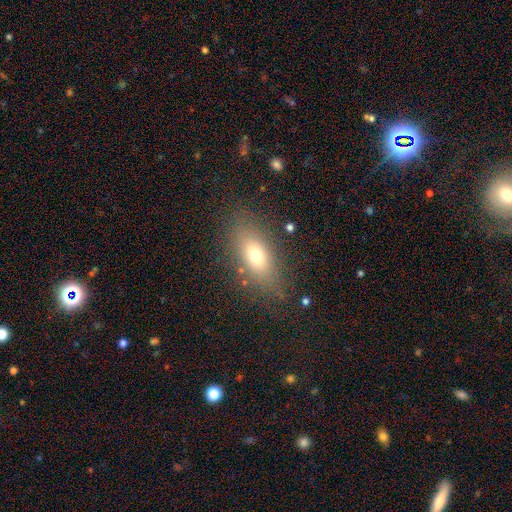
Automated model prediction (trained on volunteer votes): smooth_or_featured: smooth (p=0.69) [alt: featured or disk p=0.20]
how_rounded: in between (p=0.79) [alt: cigar-shaped p=0.13]
merging: none (p=0.81) [alt: minor disturbance p=0.12]